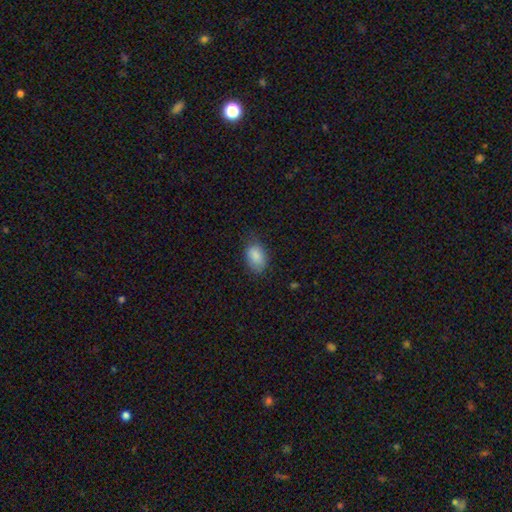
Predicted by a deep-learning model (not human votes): This is clearly a smooth galaxy (86%). How rounded: clearly in between (87%). Merging: likely none (67%).